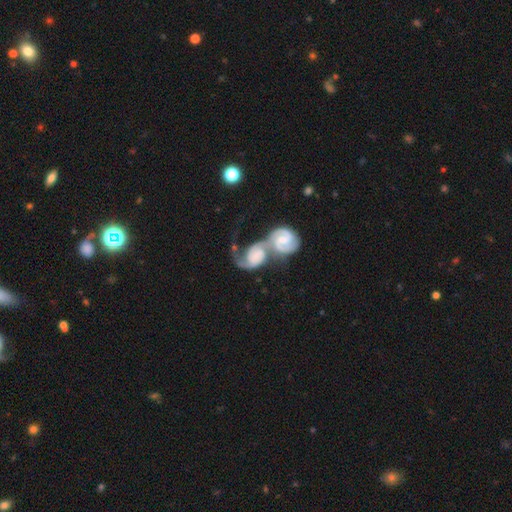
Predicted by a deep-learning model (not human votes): smooth_or_featured: featured or disk (p=0.80) [alt: smooth p=0.15]
disk_edge_on: no (p=0.97) [alt: yes p=0.03]
bar: no (p=0.54) [alt: weak p=0.34]
has_spiral_arms: yes (p=0.95) [alt: no p=0.05]
spiral_winding: medium (p=0.42) [alt: tight p=0.31]
spiral_arm_count: 2 (p=0.81) [alt: 1 p=0.10]
bulge_size: small (p=0.35) [alt: moderate p=0.26]
merging: merger (p=0.81) [alt: none p=0.09]